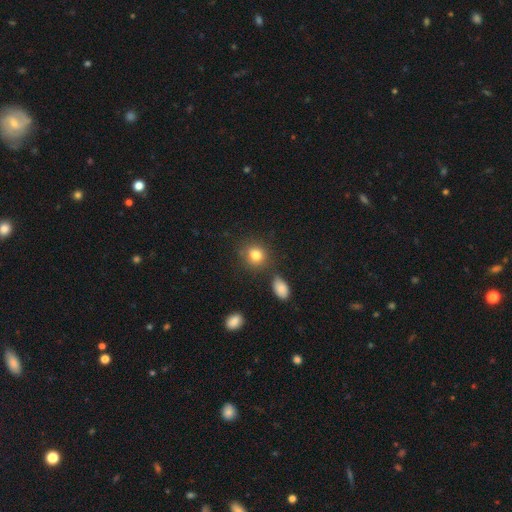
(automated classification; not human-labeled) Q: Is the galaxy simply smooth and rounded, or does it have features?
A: smooth — 82%.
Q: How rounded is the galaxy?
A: round — 80%.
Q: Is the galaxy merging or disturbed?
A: none — 79%.